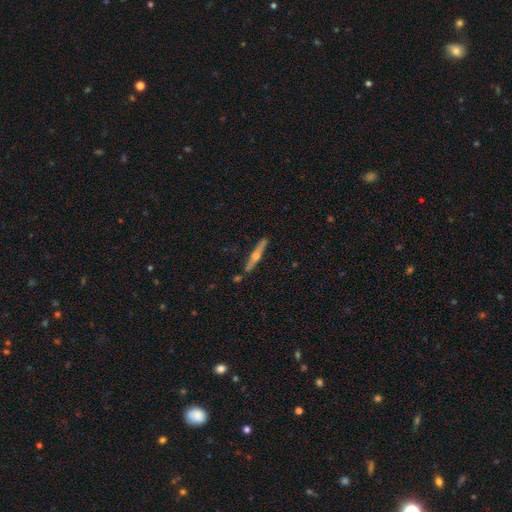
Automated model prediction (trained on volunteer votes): smooth-or-featured: featured or disk: 72% | smooth: 23% | star or artifact: 6%
  disk-edge-on: yes: 97% | no: 3%
    edge-on-bulge: rounded: 90% | none: 6% | boxy: 5%
  merging: none: 87% | minor disturbance: 9% | merger: 3% | major disturbance: 2%